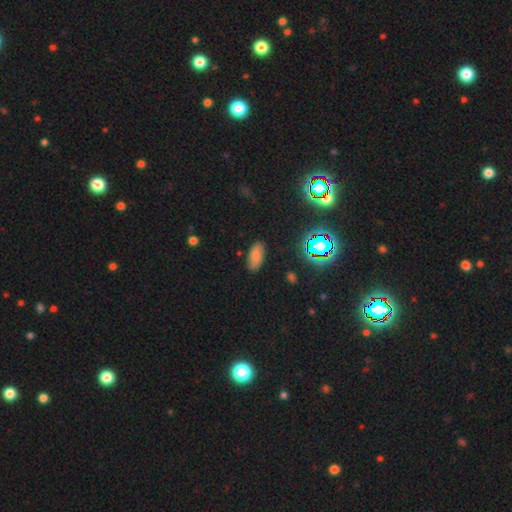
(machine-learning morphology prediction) smooth_or_featured: smooth (p=0.73) [alt: star or artifact p=0.15]
how_rounded: in between (p=0.89) [alt: cigar-shaped p=0.08]
merging: none (p=0.85) [alt: minor disturbance p=0.11]